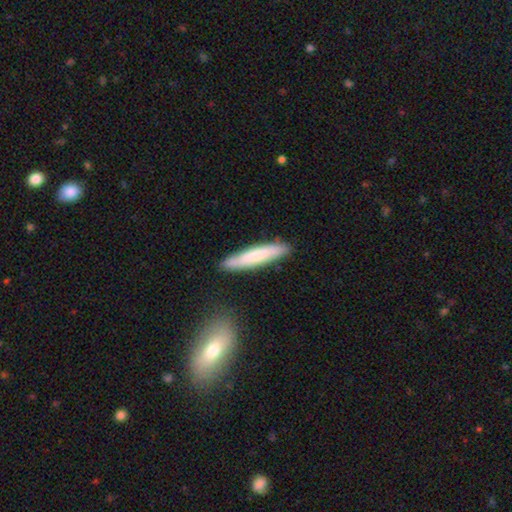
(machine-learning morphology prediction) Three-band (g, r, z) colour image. It shows a smooth galaxy with no disk features (73%) that is cigar-shaped (90%). Merging: none (85%).